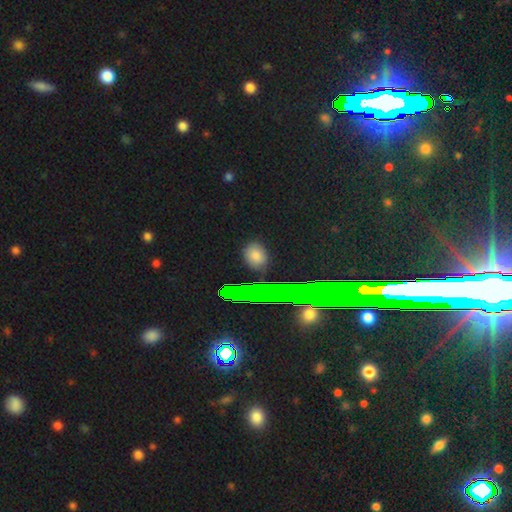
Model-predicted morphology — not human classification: Smooth or featured? Predicted: smooth (p=0.70). How rounded? Predicted: round (p=0.54). Merging? Predicted: none (p=0.88).